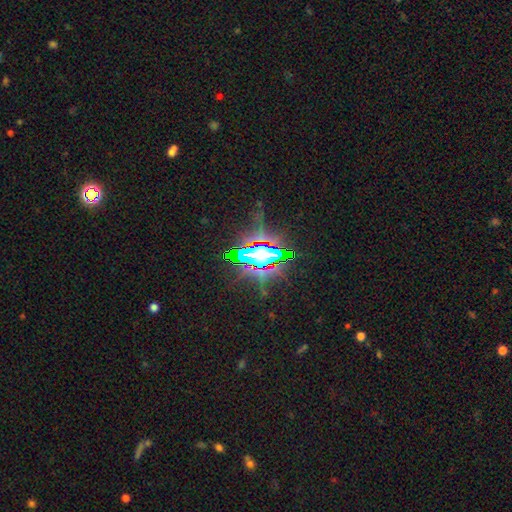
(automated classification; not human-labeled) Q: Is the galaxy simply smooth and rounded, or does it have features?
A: star or artifact — 71%.